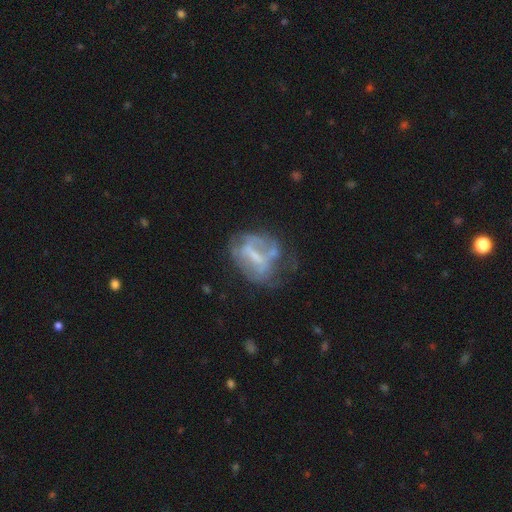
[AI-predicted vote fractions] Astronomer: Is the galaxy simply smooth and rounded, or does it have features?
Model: featured or disk — 65%.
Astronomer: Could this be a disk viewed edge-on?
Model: no — 96%.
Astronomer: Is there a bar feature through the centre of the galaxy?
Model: weak — 39% (runner-up: no, 31%).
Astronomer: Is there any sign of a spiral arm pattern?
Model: no — 69%.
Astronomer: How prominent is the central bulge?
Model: small — 36% (runner-up: none, 31%).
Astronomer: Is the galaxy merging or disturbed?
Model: none — 39% (runner-up: major disturbance, 27%).